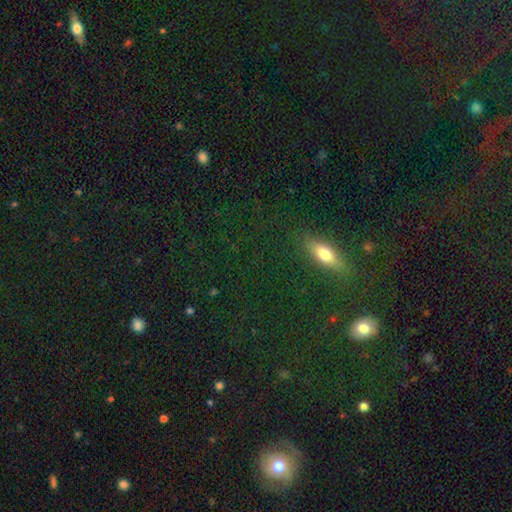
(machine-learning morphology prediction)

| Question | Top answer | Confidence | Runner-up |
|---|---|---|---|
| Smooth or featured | smooth | 44% | featured or disk (29%) |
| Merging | none | 85% | minor disturbance (9%) |